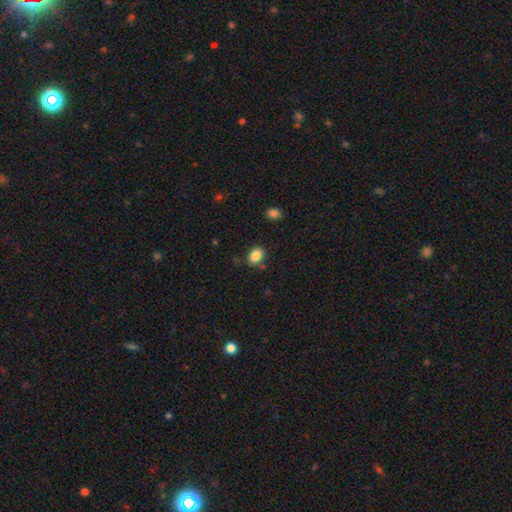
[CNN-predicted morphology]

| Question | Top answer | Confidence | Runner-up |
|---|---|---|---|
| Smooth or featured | smooth | 86% | star or artifact (9%) |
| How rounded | in between | 71% | round (28%) |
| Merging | none | 82% | minor disturbance (12%) |